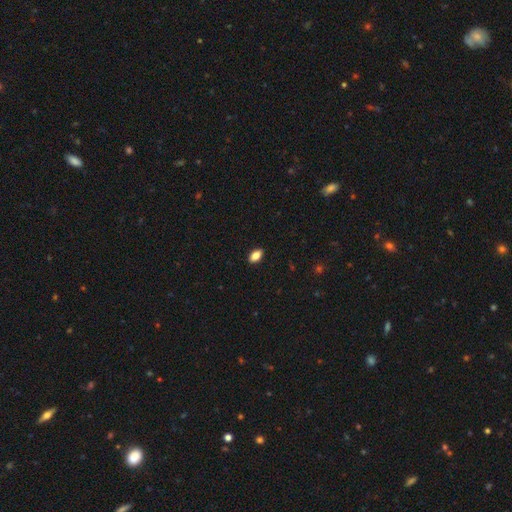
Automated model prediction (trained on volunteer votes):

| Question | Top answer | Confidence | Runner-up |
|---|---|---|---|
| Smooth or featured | smooth | 84% | star or artifact (9%) |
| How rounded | in between | 90% | round (7%) |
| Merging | none | 90% | minor disturbance (8%) |